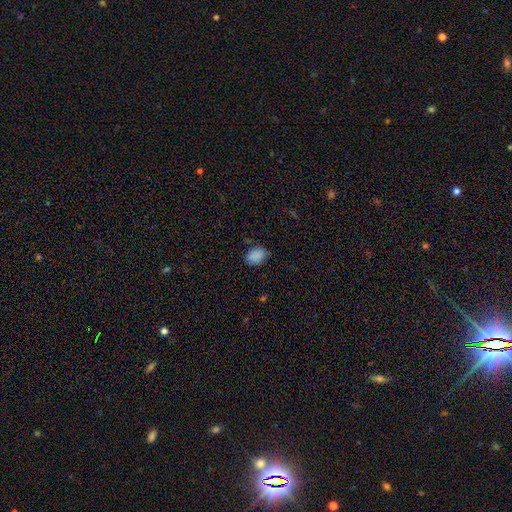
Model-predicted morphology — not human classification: This appears to be a smooth galaxy with no disk features (87%) that is in between round and cigar-shaped (72%). Merging: none (74%).